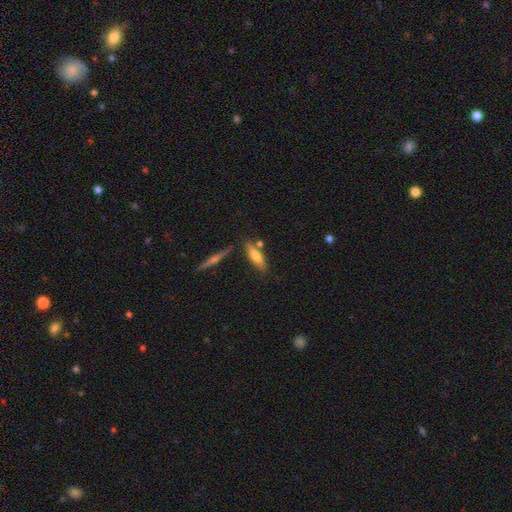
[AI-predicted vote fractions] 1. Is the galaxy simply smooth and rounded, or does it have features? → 65% smooth, 27% featured or disk, 8% star or artifact.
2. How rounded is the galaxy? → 54% cigar-shaped, 44% in between, 2% round.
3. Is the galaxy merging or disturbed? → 68% none, 15% minor disturbance, 14% merger, 4% major disturbance.